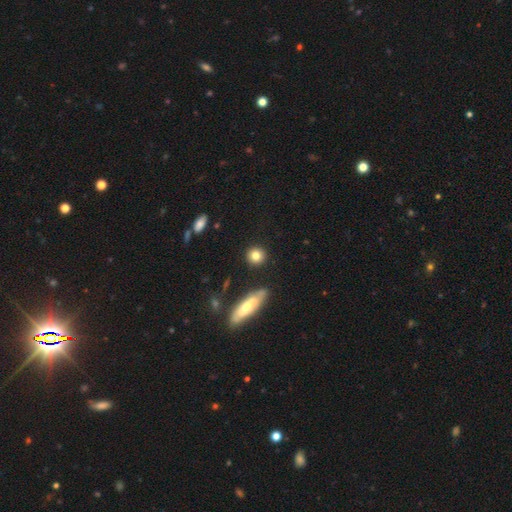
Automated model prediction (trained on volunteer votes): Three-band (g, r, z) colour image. It shows a smooth galaxy with no disk features (80%) that is round (89%). Merging: none (88%).